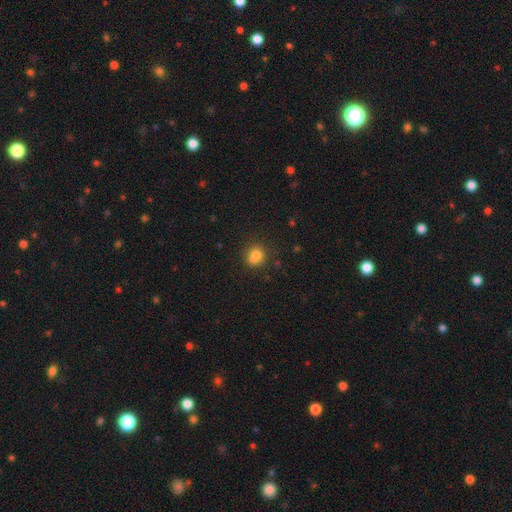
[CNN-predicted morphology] smooth 77%, star or artifact 13%, featured or disk 11%. Down the decision tree: how rounded — round (78%); merging — none (54%).